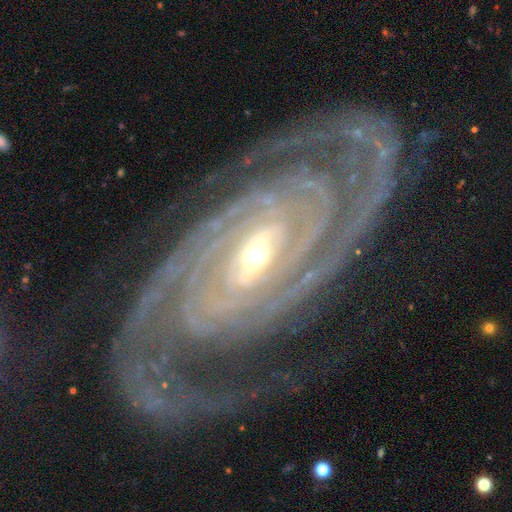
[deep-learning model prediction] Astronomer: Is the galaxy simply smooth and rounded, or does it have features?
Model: featured or disk — 93%.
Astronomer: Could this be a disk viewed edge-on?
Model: no — 95%.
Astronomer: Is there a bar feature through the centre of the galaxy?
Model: strong — 36% (runner-up: weak, 35%).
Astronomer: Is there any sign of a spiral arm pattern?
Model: yes — 98%.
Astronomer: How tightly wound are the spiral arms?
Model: tight — 72%.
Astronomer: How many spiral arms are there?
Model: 2 — 54%.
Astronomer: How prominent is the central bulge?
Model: small — 62%.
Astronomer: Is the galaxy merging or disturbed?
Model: none — 73%.